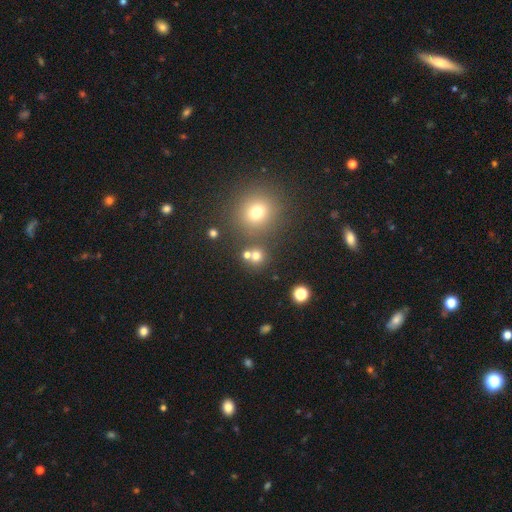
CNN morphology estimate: Q: Smooth or featured?
A: smooth (70%); runner-up: star or artifact (21%)
Q: How rounded?
A: round (90%); runner-up: in between (9%)
Q: Merging?
A: none (69%); runner-up: merger (20%)